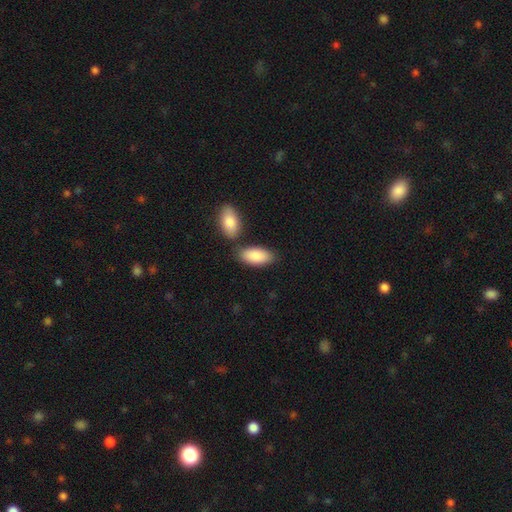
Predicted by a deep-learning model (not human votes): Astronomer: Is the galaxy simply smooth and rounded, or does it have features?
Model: smooth — 88%.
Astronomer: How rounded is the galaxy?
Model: in between — 93%.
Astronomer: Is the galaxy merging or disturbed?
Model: none — 65%.